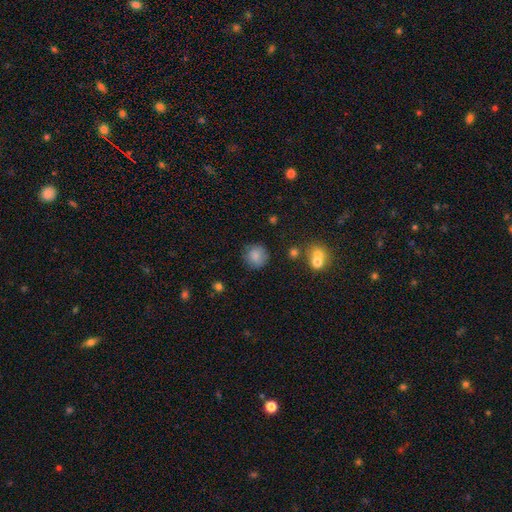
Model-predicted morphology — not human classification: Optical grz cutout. It shows a smooth galaxy with no disk features (84%) that is round (91%). Merging: none (82%).